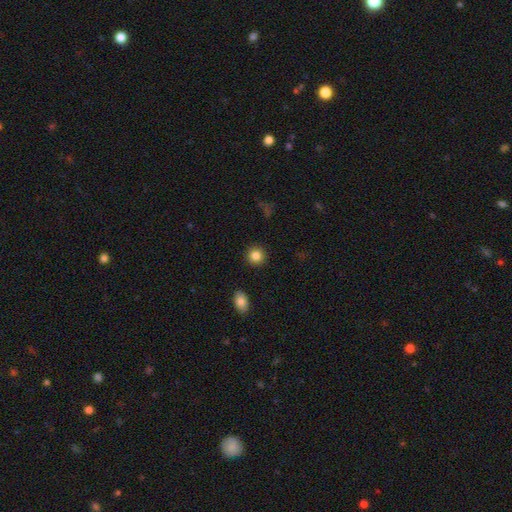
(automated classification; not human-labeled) This appears to be a smooth galaxy with no disk features (85%) that is round (91%). Merging: none (91%).